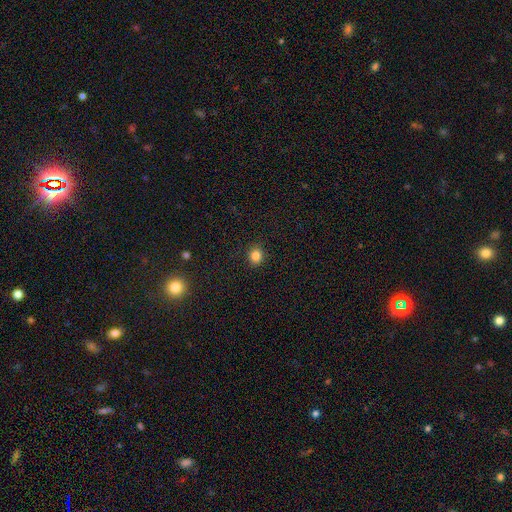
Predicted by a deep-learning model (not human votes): The model was most divided on "how rounded": round: 79%, in between: 20%, cigar-shaped: 1%. More confident: merging — none (91%); smooth or featured — smooth (83%).